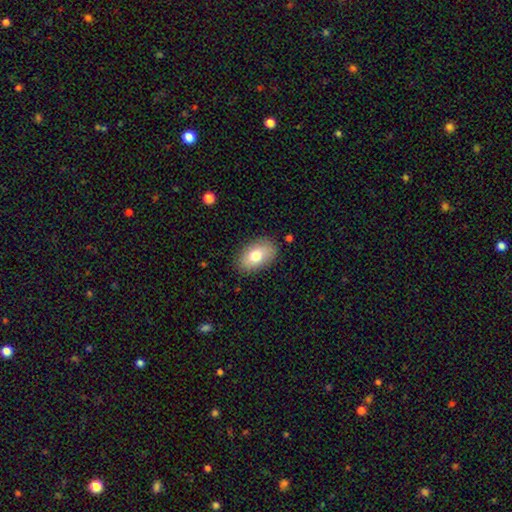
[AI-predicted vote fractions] Smooth or featured? smooth (77%)
How rounded? in between (91%)
Merging? none (85%)